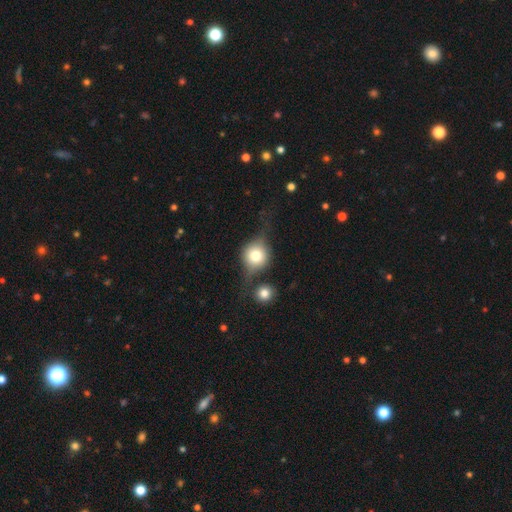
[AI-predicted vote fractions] Smooth or featured? smooth (53%)
How rounded? round (83%)
Merging? none (57%)